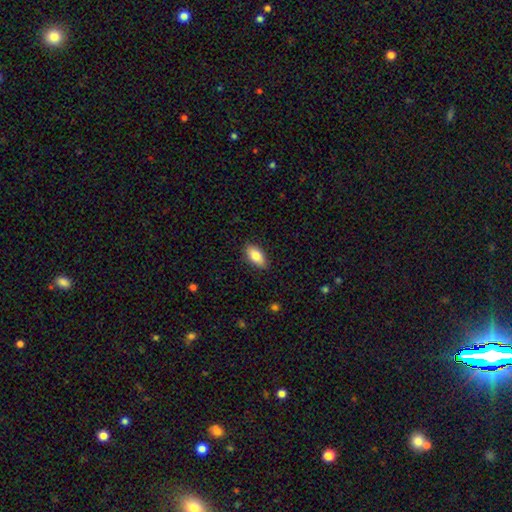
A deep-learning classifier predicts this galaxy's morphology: type=smooth (82%); roundness=in between (89%); merging=none (87%).